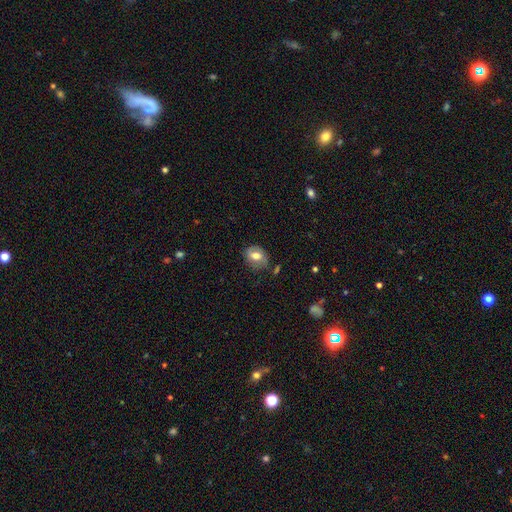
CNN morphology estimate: A smooth galaxy with no disk features (60%) that is in between round and cigar-shaped (59%).

Vote fractions:
- Smooth or featured? smooth: 60% / featured or disk: 32% / star or artifact: 8%
- How rounded? in between: 59% / round: 40% / cigar-shaped: 1%
- Merging? none: 70% / minor disturbance: 21% / major disturbance: 6% / merger: 3%